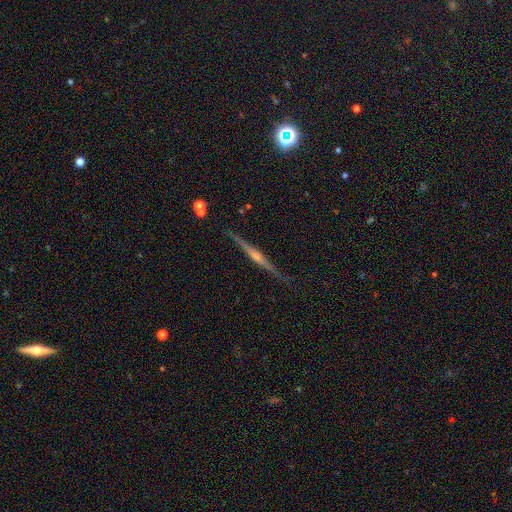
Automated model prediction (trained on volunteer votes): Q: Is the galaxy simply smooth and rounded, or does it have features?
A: featured or disk — 82%.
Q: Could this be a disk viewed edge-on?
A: yes — 98%.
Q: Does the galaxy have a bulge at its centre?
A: rounded — 82%.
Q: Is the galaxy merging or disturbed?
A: none — 89%.